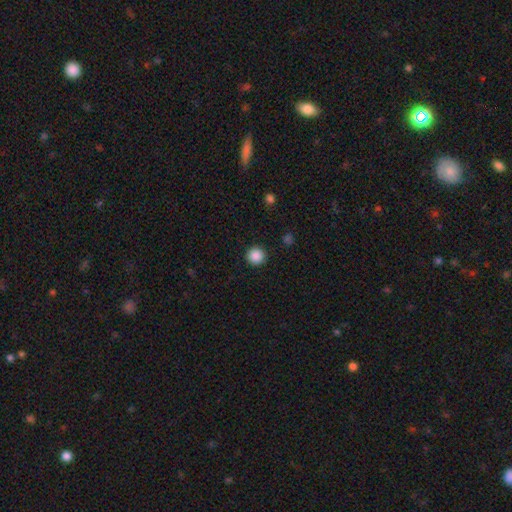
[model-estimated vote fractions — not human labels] A smooth galaxy with no disk features (88%) that is round (95%). Merging: none (92%).